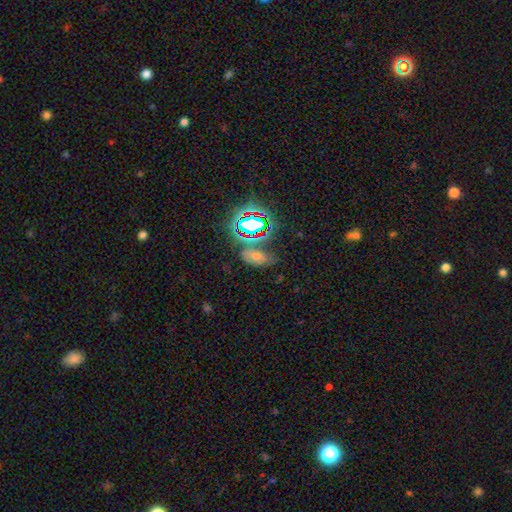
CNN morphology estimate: Smooth or featured? Predicted: star or artifact (p=0.47).